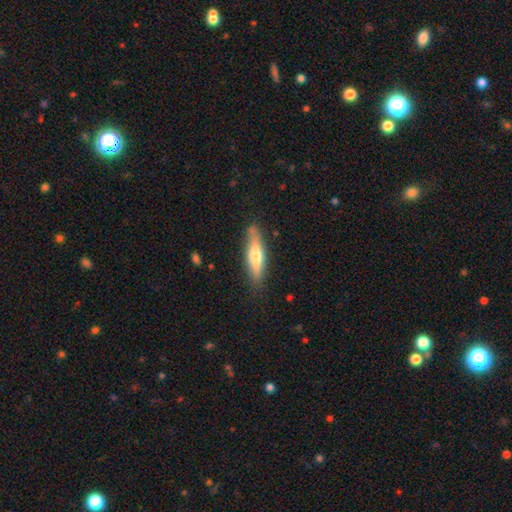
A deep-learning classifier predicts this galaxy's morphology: A featured or disk galaxy (48%).

Vote fractions:
- Smooth or featured? featured or disk: 48% / smooth: 46% / star or artifact: 6%
- Merging? none: 81% / minor disturbance: 13% / major disturbance: 3% / merger: 2%